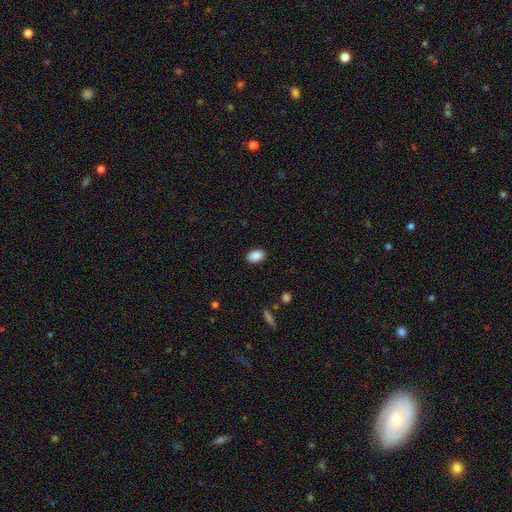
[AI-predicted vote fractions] smooth 89%, star or artifact 8%, featured or disk 4%. Down the decision tree: how rounded — in between (89%); merging — none (88%).